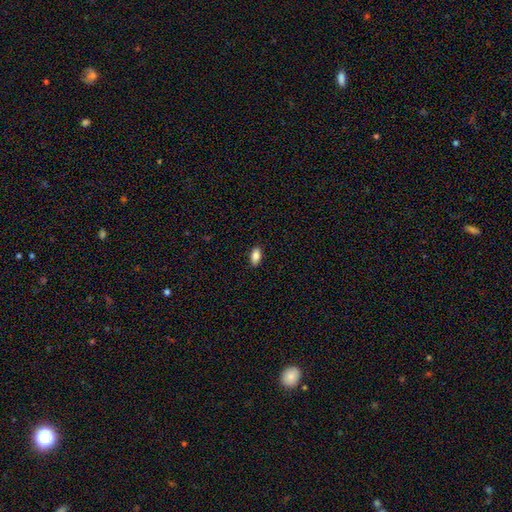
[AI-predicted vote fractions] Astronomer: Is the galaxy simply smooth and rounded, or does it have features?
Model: smooth — 86%.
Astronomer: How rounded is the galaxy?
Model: in between — 91%.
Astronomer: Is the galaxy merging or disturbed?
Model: none — 89%.